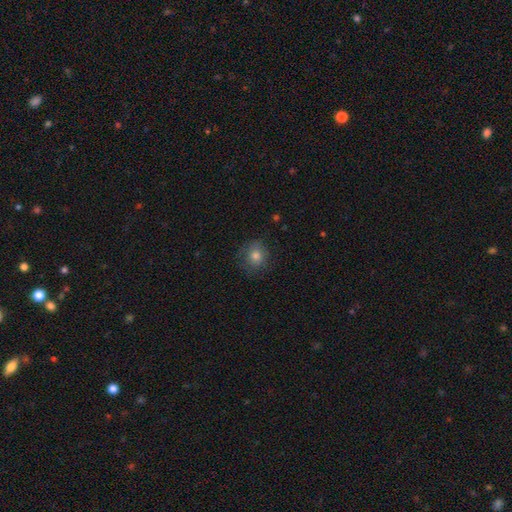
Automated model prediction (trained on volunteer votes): The model was most divided on "merging": none: 77%, minor disturbance: 16%, major disturbance: 5%, merger: 1%. More confident: how rounded — round (81%); smooth or featured — smooth (78%).